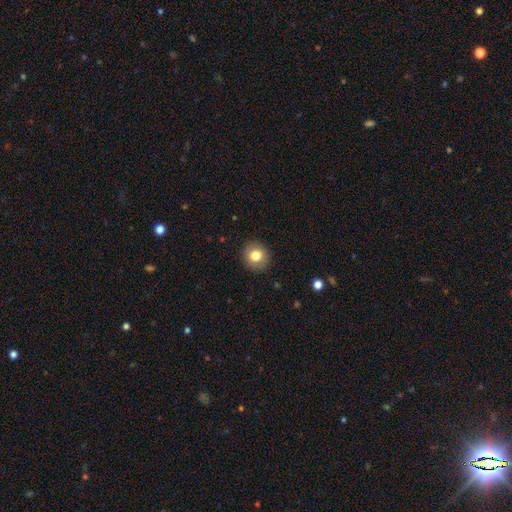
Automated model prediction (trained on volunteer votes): The model was most divided on "smooth or featured": smooth: 82%, star or artifact: 10%, featured or disk: 9%. More confident: merging — none (91%); how rounded — round (90%).